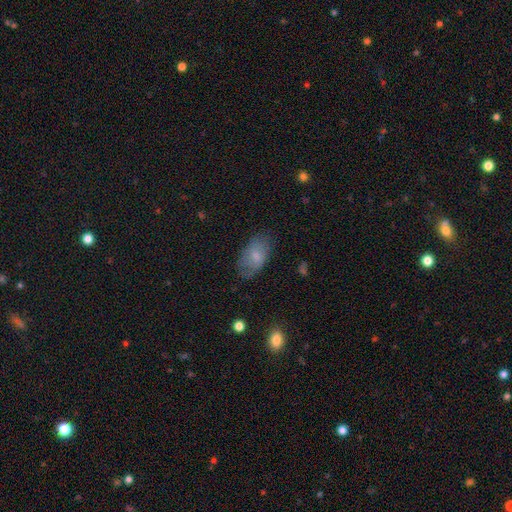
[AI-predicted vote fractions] Smooth or featured: smooth — 70% (featured or disk — 23%)
How rounded: in between — 92% (round — 6%)
Merging: none — 67% (minor disturbance — 24%)